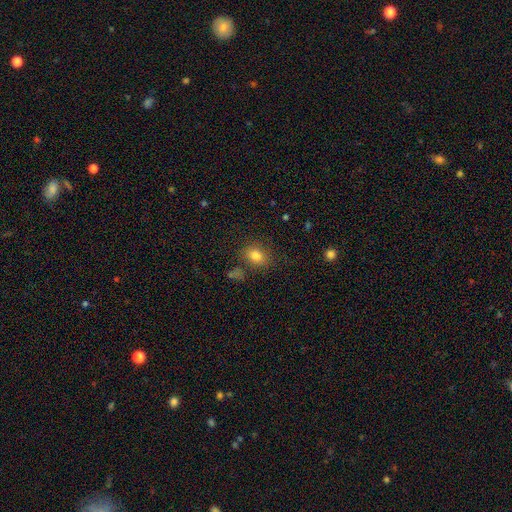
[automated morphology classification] A smooth galaxy with no disk features (81%) that is in between round and cigar-shaped (59%).

Vote fractions:
- Smooth or featured? smooth: 81% / star or artifact: 11% / featured or disk: 8%
- How rounded? in between: 59% / round: 39% / cigar-shaped: 1%
- Merging? none: 78% / minor disturbance: 13% / merger: 5% / major disturbance: 4%